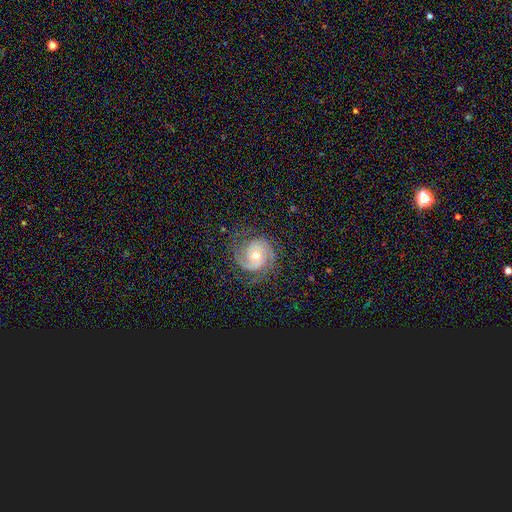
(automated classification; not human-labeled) Q: Smooth or featured?
A: featured or disk (86%); runner-up: smooth (8%)
Q: Edge-on disk?
A: no (98%); runner-up: yes (2%)
Q: Bar?
A: no (65%); runner-up: weak (29%)
Q: Spiral arms?
A: yes (97%); runner-up: no (3%)
Q: Spiral winding?
A: tight (49%); runner-up: medium (40%)
Q: Spiral arm count?
A: 2 (67%); runner-up: 3 (12%)
Q: Bulge size?
A: moderate (56%); runner-up: small (39%)
Q: Merging?
A: none (73%); runner-up: minor disturbance (16%)